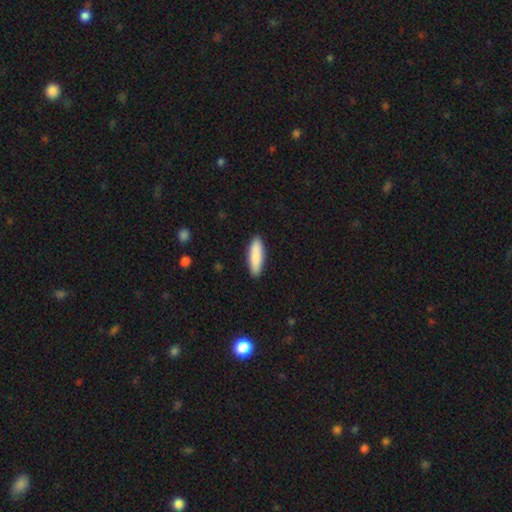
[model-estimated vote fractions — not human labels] A smooth galaxy with no disk features (87%) that is cigar-shaped (51%).

Vote fractions:
- Smooth or featured? smooth: 87% / featured or disk: 8% / star or artifact: 5%
- How rounded? cigar-shaped: 51% / in between: 48% / round: 2%
- Merging? none: 90% / minor disturbance: 8% / major disturbance: 2% / merger: 1%